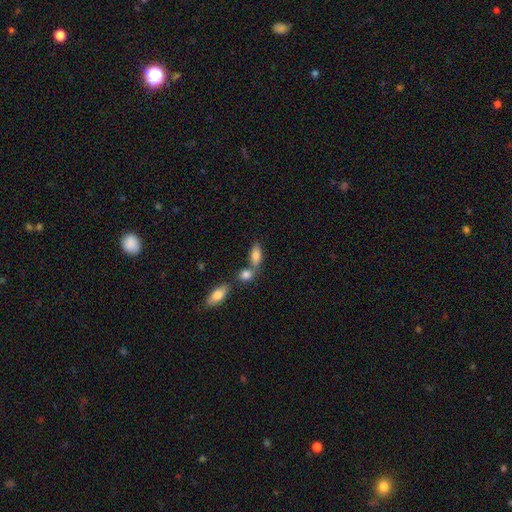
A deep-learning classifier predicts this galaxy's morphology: smooth_or_featured: smooth (p=0.82) [alt: featured or disk p=0.10]
how_rounded: in between (p=0.83) [alt: cigar-shaped p=0.12]
merging: none (p=0.43) [alt: merger p=0.42]